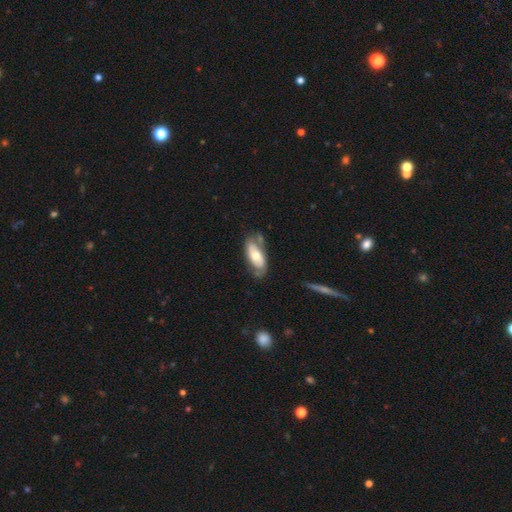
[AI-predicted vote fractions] Smooth or featured: featured or disk — 48% (smooth — 46%)
Merging: none — 58% (minor disturbance — 25%)